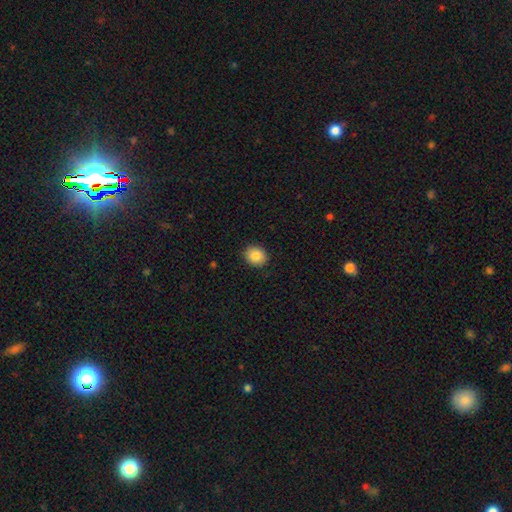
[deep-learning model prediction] Smooth or featured: smooth — 84% (star or artifact — 9%)
How rounded: round — 67% (in between — 32%)
Merging: none — 90% (minor disturbance — 7%)